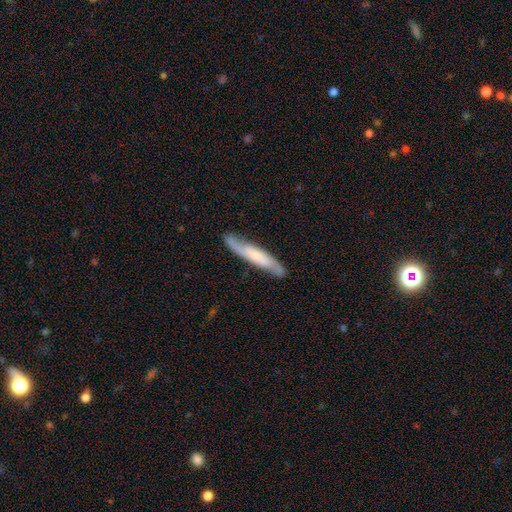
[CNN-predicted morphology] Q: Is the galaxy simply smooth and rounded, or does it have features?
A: featured or disk — 61%.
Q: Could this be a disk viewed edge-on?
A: no — 56%.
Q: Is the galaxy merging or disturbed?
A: none — 81%.